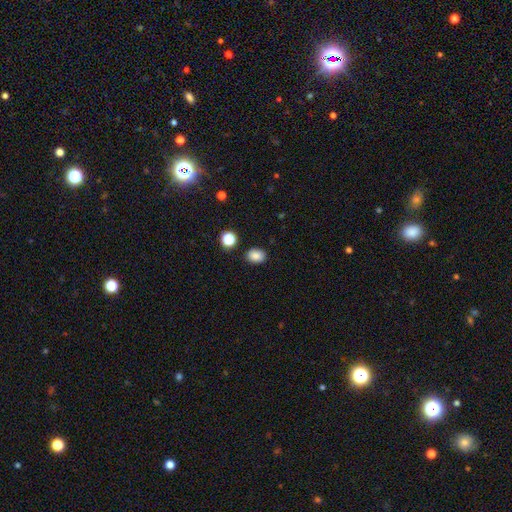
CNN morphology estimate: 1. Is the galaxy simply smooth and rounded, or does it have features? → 85% smooth, 11% star or artifact, 4% featured or disk.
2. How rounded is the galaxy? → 65% in between, 34% round, 1% cigar-shaped.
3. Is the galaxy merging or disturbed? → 87% none, 9% minor disturbance, 2% merger, 2% major disturbance.